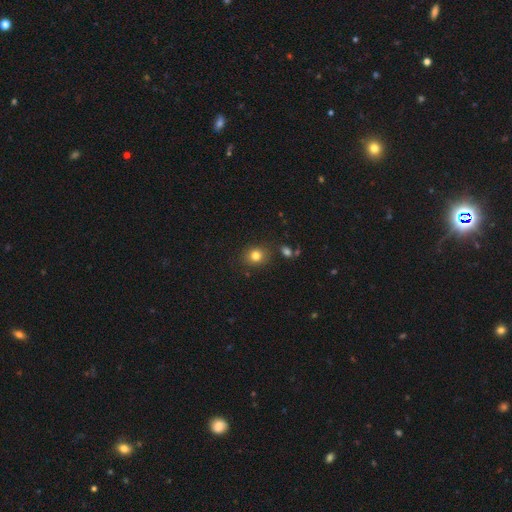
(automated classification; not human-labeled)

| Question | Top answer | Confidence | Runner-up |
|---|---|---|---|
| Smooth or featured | smooth | 81% | star or artifact (12%) |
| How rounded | round | 71% | in between (28%) |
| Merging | none | 83% | minor disturbance (10%) |